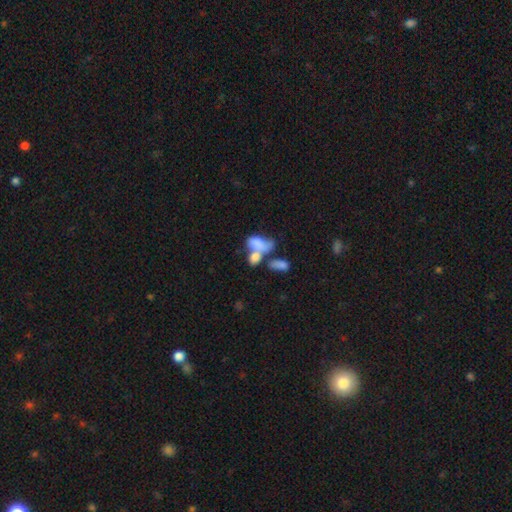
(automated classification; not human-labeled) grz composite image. It shows a smooth galaxy with no disk features (61%) that is in between round and cigar-shaped (83%). Merging: merger (63%).